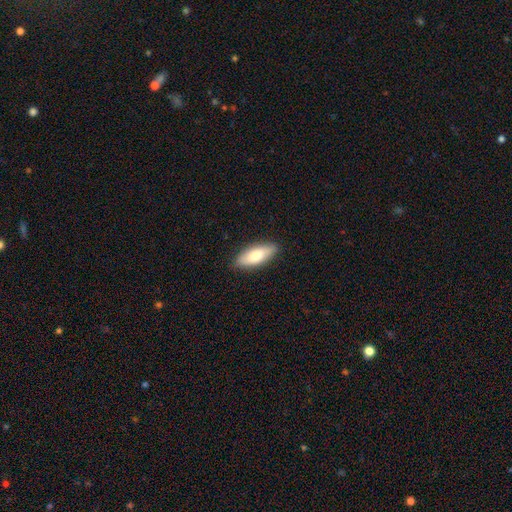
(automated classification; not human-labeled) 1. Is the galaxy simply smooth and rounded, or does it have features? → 73% smooth, 21% featured or disk, 6% star or artifact.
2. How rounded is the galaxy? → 71% in between, 27% cigar-shaped, 2% round.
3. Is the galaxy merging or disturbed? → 87% none, 10% minor disturbance, 2% major disturbance, 1% merger.